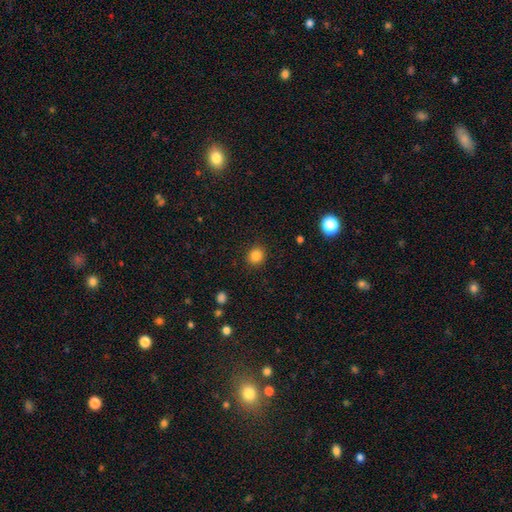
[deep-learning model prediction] Smooth or featured? Predicted: smooth (p=0.84). How rounded? Predicted: round (p=0.86). Merging? Predicted: none (p=0.91).